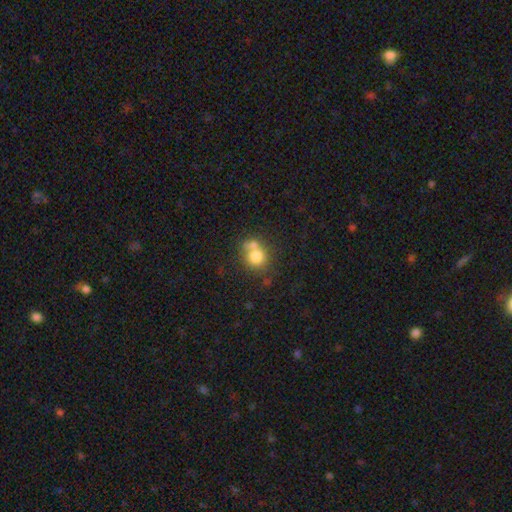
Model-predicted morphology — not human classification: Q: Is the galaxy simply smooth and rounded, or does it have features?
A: smooth — 75%.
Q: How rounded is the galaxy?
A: round — 78%.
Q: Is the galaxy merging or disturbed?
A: none — 42%.